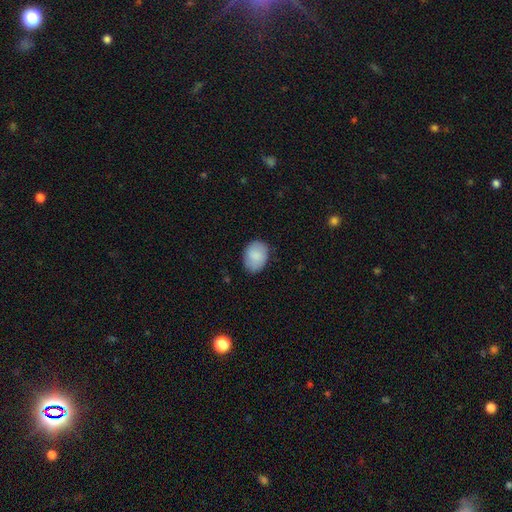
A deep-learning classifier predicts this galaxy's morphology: A smooth galaxy with no disk features (85%) that is in between round and cigar-shaped (66%).

Vote fractions:
- Smooth or featured? smooth: 85% / featured or disk: 8% / star or artifact: 6%
- How rounded? in between: 66% / round: 33% / cigar-shaped: 1%
- Merging? none: 77% / minor disturbance: 18% / major disturbance: 3% / merger: 1%